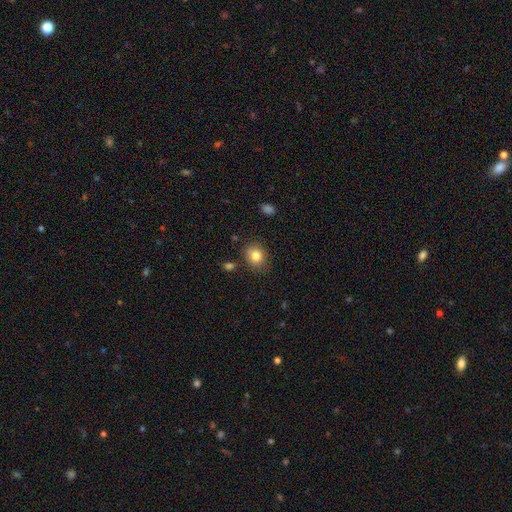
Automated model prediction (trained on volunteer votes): Smooth or featured? smooth (82%)
How rounded? round (63%)
Merging? none (82%)